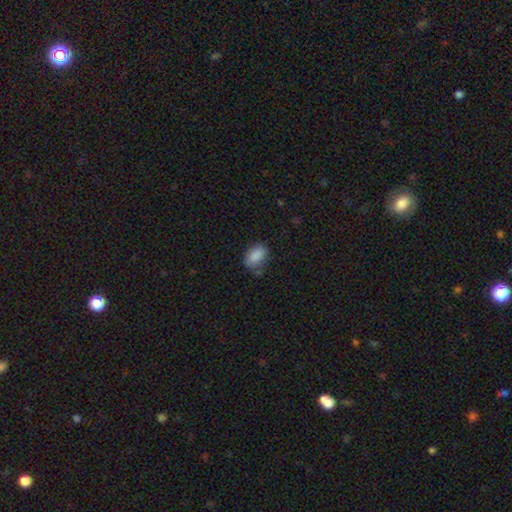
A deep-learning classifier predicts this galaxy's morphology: Overall: smooth (88%). How rounded: in between (90%). Merging: none (69%).